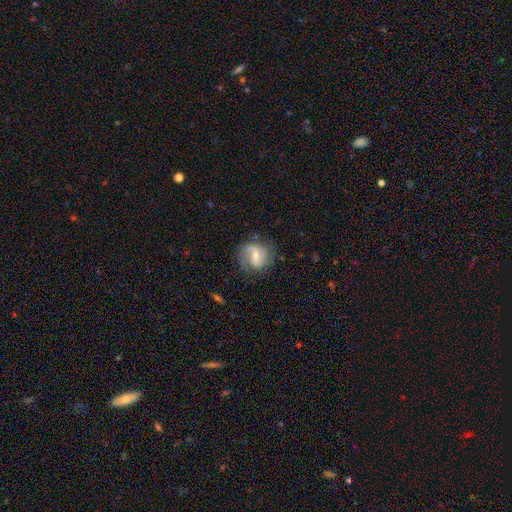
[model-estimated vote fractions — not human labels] Morphology: type=featured or disk (70%); edge-on=no (97%); bar=weak (50%); spiral arms=yes (89%); winding=medium (45%); arm count=2 (76%); bulge=moderate (54%); merging=none (71%).